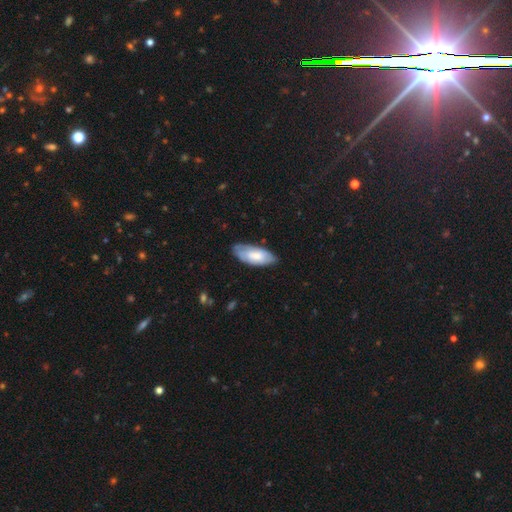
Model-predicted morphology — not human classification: smooth-or-featured: smooth: 61% | featured or disk: 33% | star or artifact: 6%
  how-rounded: in between: 86% | cigar-shaped: 13% | round: 2%
  merging: none: 71% | minor disturbance: 23% | major disturbance: 4% | merger: 1%